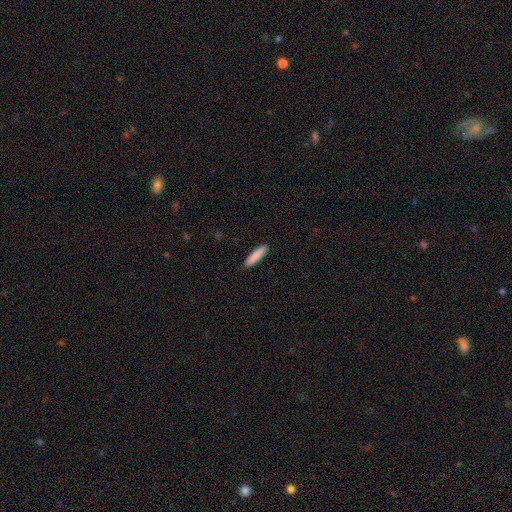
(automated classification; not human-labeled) Smooth or featured? Predicted: smooth (p=0.88). How rounded? Predicted: cigar-shaped (p=0.83). Merging? Predicted: none (p=0.92).